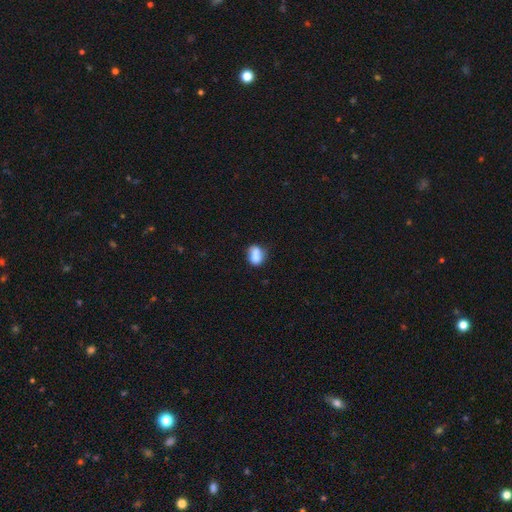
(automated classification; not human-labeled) This appears to be a smooth galaxy with no disk features (71%) that is in between round and cigar-shaped (58%). Merging: merger (43%).